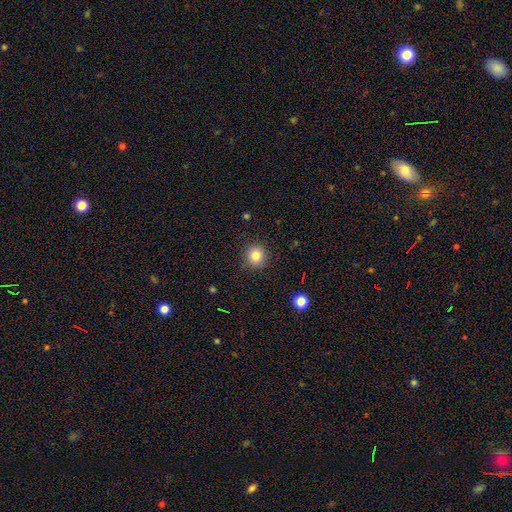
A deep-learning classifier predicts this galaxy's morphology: A smooth galaxy with no disk features (82%) that is round (90%). Merging: none (89%).